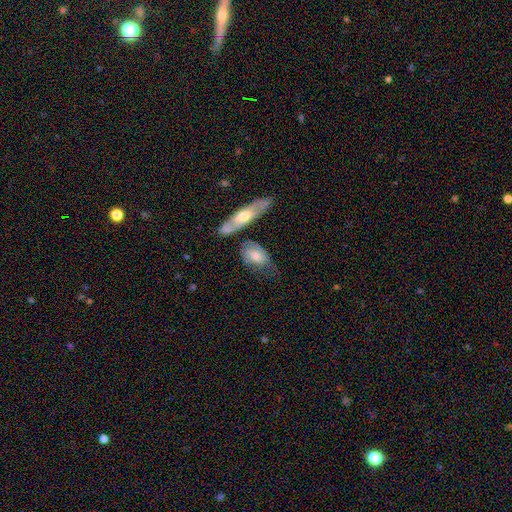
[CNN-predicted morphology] smooth_or_featured: smooth (p=0.57) [alt: featured or disk p=0.37]
how_rounded: in between (p=0.76) [alt: cigar-shaped p=0.13]
merging: none (p=0.43) [alt: minor disturbance p=0.28]